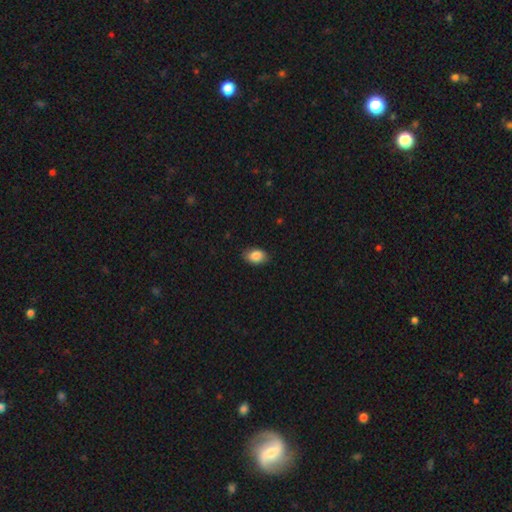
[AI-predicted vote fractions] Smooth or featured: smooth — 87% (star or artifact — 7%)
How rounded: in between — 85% (round — 14%)
Merging: none — 85% (minor disturbance — 12%)